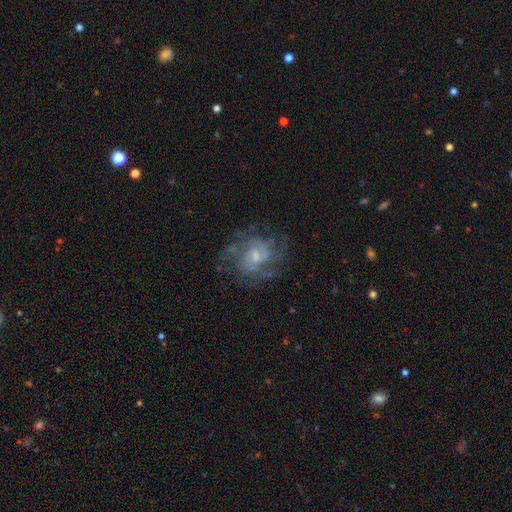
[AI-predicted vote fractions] Morphology: type=featured or disk (83%); edge-on=no (98%); bar=weak (50%); spiral arms=yes (93%); winding=medium (46%); arm count=2 (31%); bulge=small (52%); merging=none (69%).